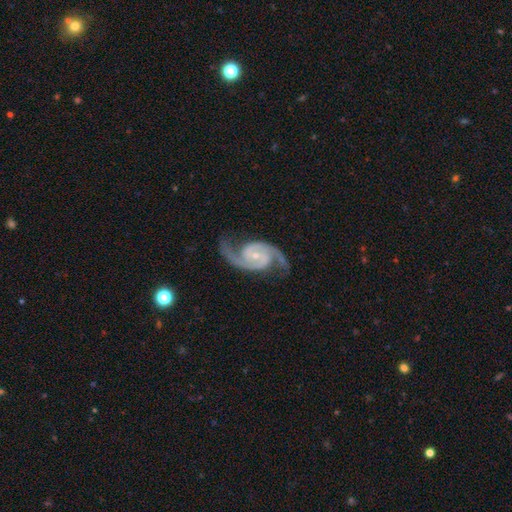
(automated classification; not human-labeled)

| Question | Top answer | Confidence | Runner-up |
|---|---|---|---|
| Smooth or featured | featured or disk | 94% | star or artifact (4%) |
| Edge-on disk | no | 98% | yes (2%) |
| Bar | no | 53% | weak (35%) |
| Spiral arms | yes | 99% | no (1%) |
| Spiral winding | medium | 60% | loose (21%) |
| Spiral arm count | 2 | 94% | 3 (2%) |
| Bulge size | small | 68% | moderate (27%) |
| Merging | none | 78% | minor disturbance (15%) |